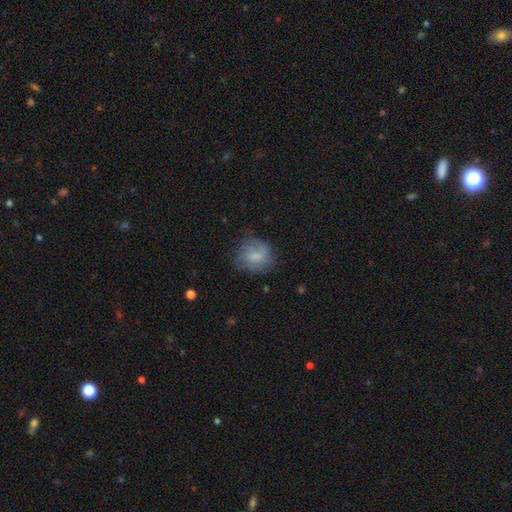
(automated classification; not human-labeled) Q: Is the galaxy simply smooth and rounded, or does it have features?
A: smooth — 72%.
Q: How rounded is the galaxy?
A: round — 71%.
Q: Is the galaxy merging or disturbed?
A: none — 62%.